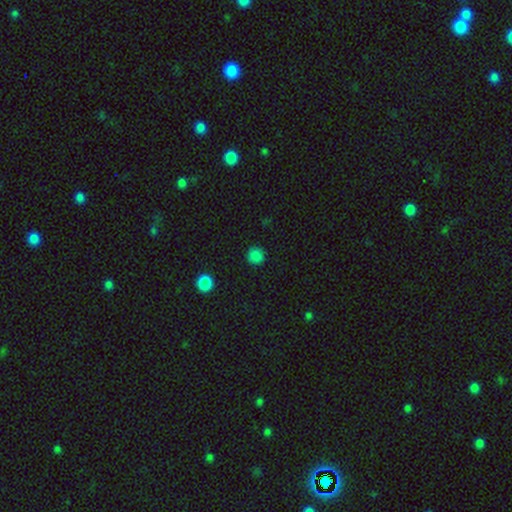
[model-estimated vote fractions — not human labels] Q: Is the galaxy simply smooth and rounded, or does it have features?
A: smooth — 84%.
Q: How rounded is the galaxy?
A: round — 92%.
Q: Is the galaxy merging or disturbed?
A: none — 89%.